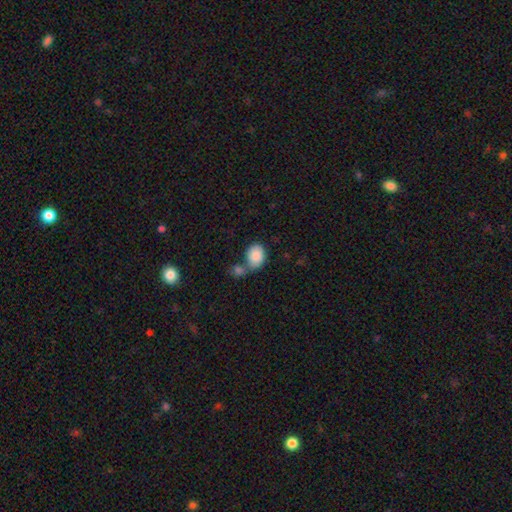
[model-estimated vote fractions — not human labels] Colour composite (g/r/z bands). It shows a smooth galaxy with no disk features (87%) that is in between round and cigar-shaped (64%). Merging: merger (43%).